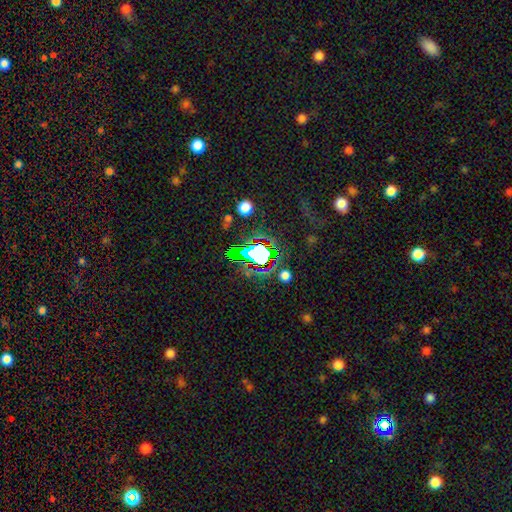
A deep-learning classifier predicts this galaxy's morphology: Smooth or featured? Predicted: star or artifact (p=0.62).